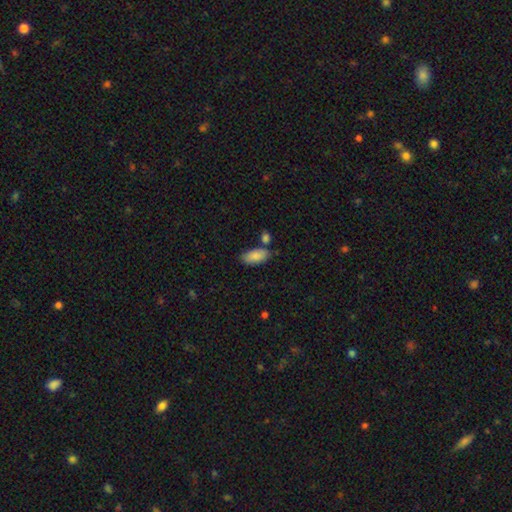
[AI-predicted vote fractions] Smooth or featured?
  - smooth: 87% *
  - featured or disk: 7%
  - star or artifact: 6%
How rounded?
  - in between: 90% *
  - cigar-shaped: 8%
  - round: 2%
Merging?
  - none: 70% *
  - minor disturbance: 14%
  - merger: 12%
  - major disturbance: 3%